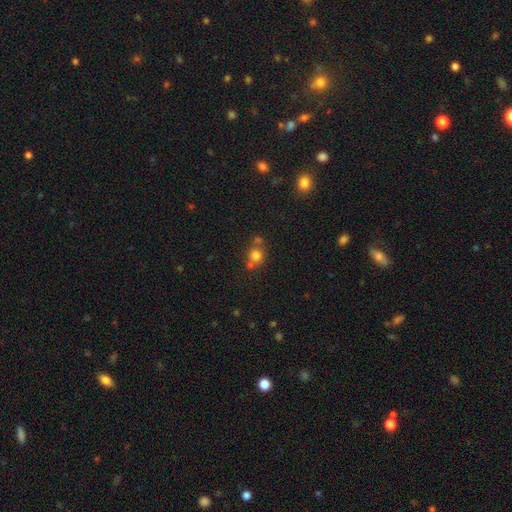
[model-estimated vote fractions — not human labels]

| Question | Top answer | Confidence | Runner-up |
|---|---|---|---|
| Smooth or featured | smooth | 76% | star or artifact (15%) |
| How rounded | round | 83% | in between (16%) |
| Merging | none | 55% | merger (32%) |